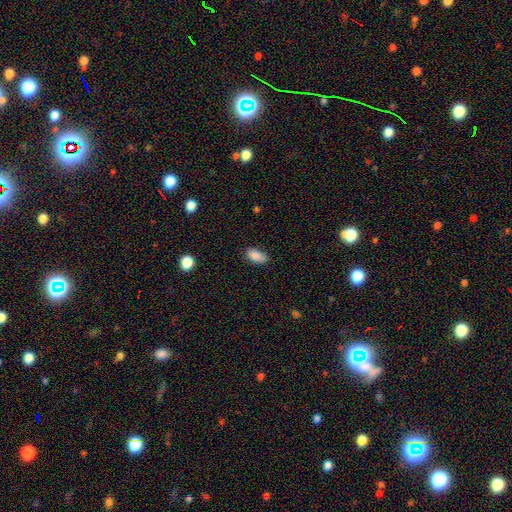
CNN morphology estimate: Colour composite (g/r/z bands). It shows a smooth galaxy with no disk features (87%) that is in between round and cigar-shaped (92%). Merging: none (72%).